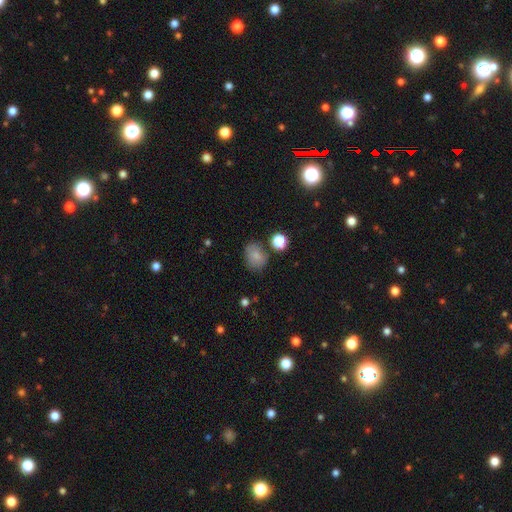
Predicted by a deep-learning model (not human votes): The model was most divided on "how rounded": in between: 55%, round: 44%, cigar-shaped: 1%. More confident: smooth or featured — smooth (80%); merging — none (67%).